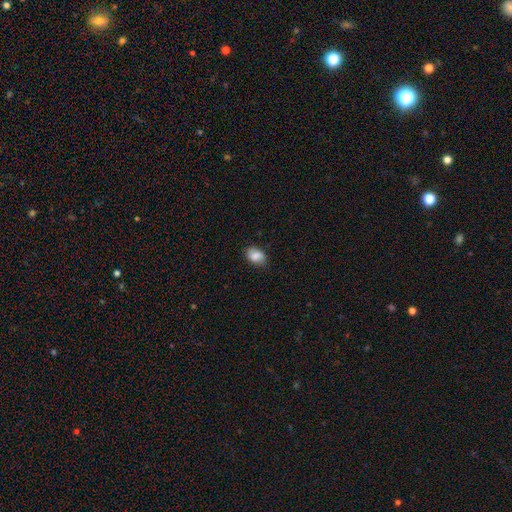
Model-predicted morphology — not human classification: Q: Smooth or featured?
A: smooth (83%); runner-up: featured or disk (9%)
Q: How rounded?
A: in between (82%); runner-up: round (16%)
Q: Merging?
A: none (75%); runner-up: minor disturbance (20%)